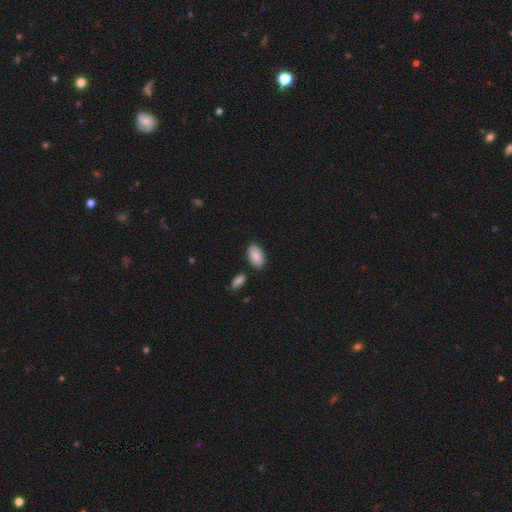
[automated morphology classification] A smooth galaxy with no disk features (88%) that is in between round and cigar-shaped (95%).

Vote fractions:
- Smooth or featured? smooth: 88% / featured or disk: 6% / star or artifact: 6%
- How rounded? in between: 95% / round: 3% / cigar-shaped: 2%
- Merging? none: 79% / minor disturbance: 12% / merger: 5% / major disturbance: 3%